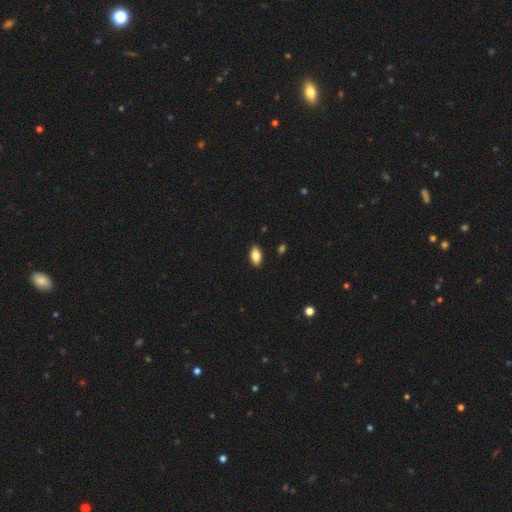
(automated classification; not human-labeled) This appears to be a smooth galaxy with no disk features (84%) that is in between round and cigar-shaped (92%). Merging: none (89%).